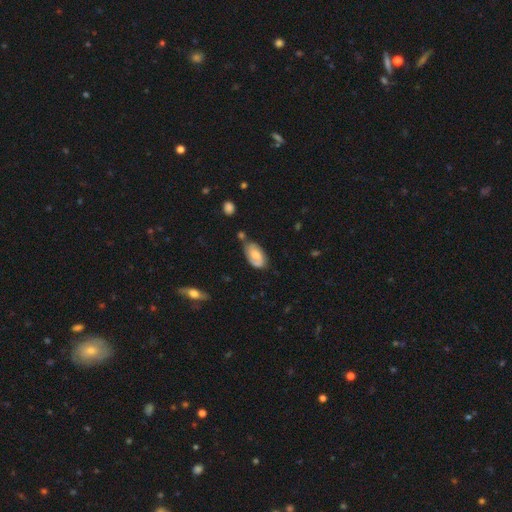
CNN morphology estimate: smooth-or-featured: featured or disk: 47% | smooth: 46% | star or artifact: 7%
  merging: none: 55% | minor disturbance: 27% | merger: 10% | major disturbance: 8%